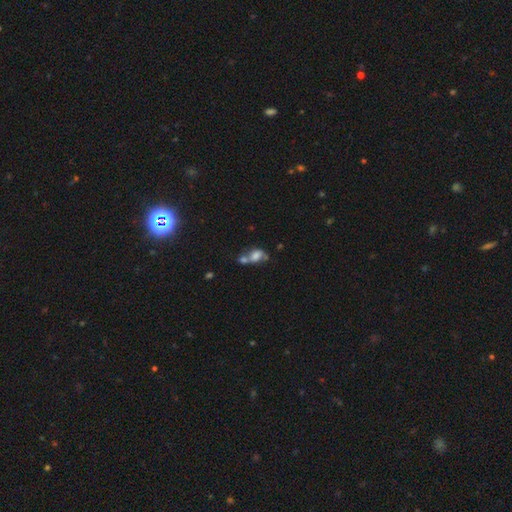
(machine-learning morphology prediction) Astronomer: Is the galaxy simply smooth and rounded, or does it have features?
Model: smooth — 61%.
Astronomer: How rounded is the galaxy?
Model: in between — 74%.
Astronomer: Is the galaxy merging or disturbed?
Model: merger — 56%.